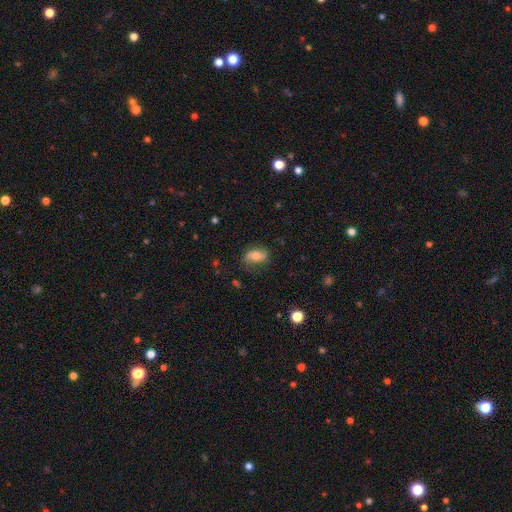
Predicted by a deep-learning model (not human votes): Smooth or featured: smooth — 57% (featured or disk — 34%)
How rounded: in between — 87% (round — 9%)
Merging: none — 70% (minor disturbance — 21%)